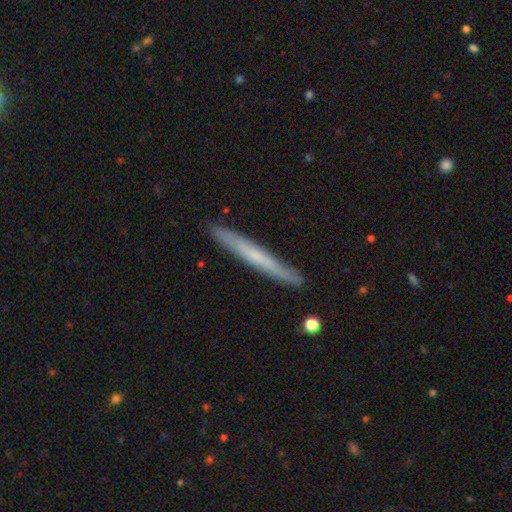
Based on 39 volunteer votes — Morphology: type=smooth (54%); roundness=cigar-shaped (100%); merging=none (92%).